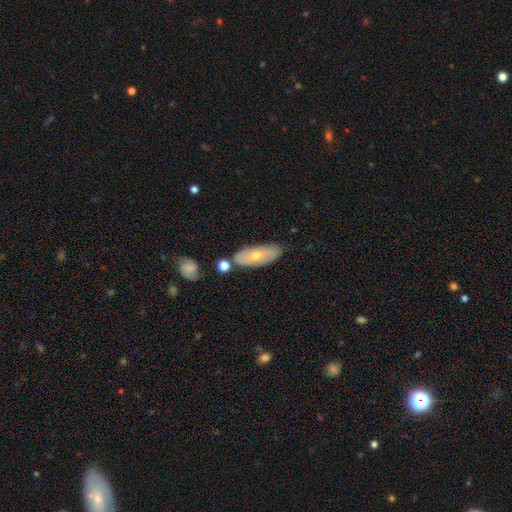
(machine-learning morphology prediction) Overall: smooth (55%; featured or disk 38%). How rounded: in between (74%). Merging: none (75%).